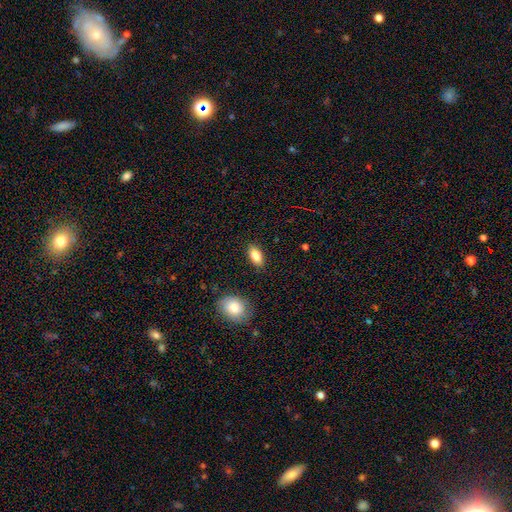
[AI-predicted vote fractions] Morphology: type=smooth (83%); roundness=in between (89%); merging=none (88%).